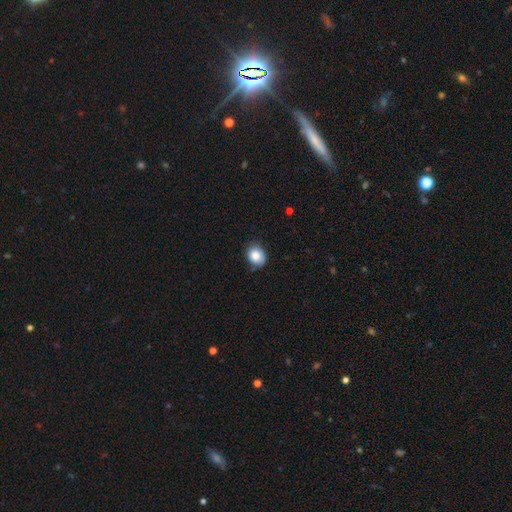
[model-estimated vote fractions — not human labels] A smooth galaxy with no disk features (84%) that is round (53%). Merging: none (72%).